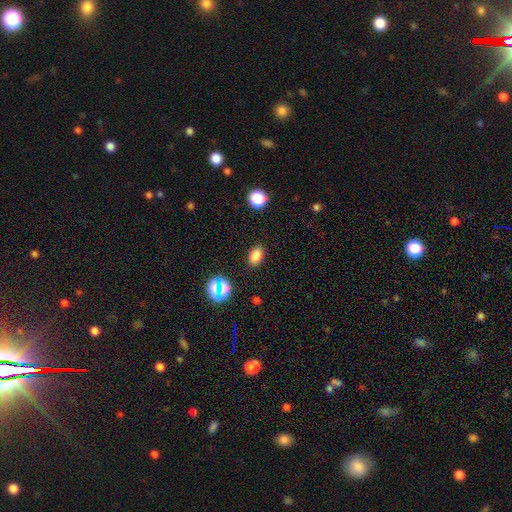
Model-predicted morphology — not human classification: Smooth or featured? smooth (79%)
How rounded? in between (79%)
Merging? none (87%)